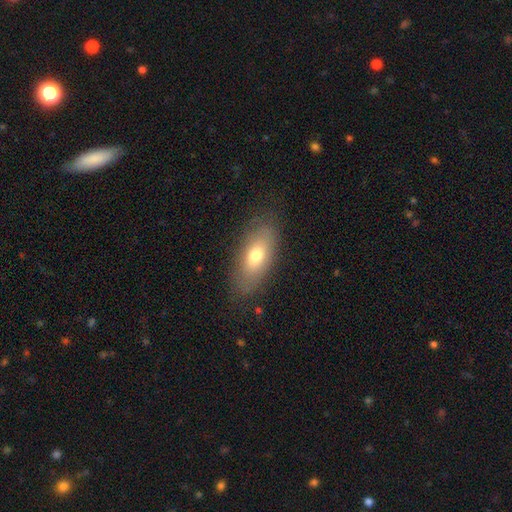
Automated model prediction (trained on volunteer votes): Smooth or featured? smooth (69%)
How rounded? in between (84%)
Merging? none (79%)